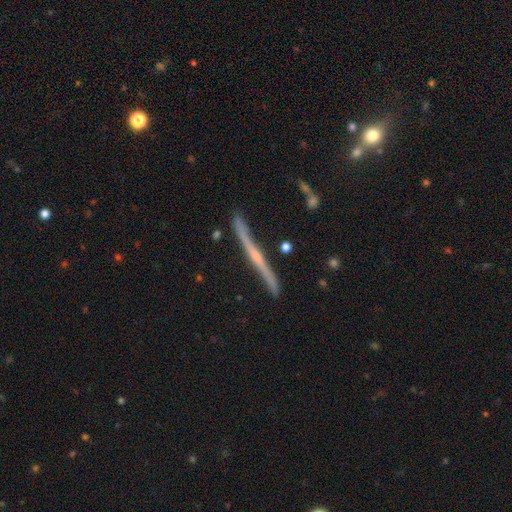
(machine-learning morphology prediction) The model was most divided on "edge-on bulge": rounded: 63%, none: 30%, boxy: 7%. More confident: edge-on disk — yes (96%); merging — none (83%); smooth or featured — featured or disk (80%).